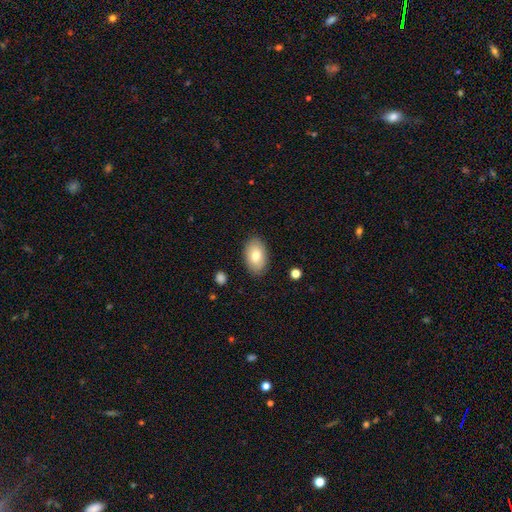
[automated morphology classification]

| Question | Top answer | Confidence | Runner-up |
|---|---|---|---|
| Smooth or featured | smooth | 78% | featured or disk (15%) |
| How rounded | in between | 92% | round (7%) |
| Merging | none | 87% | minor disturbance (10%) |